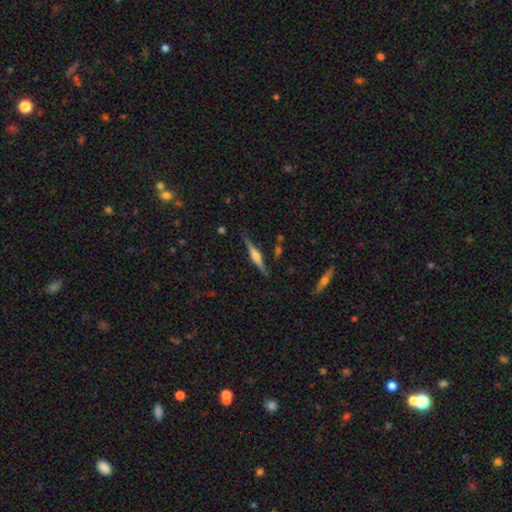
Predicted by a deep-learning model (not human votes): The model was most divided on "smooth or featured": featured or disk: 73%, smooth: 21%, star or artifact: 6%. More confident: edge-on disk — yes (98%); merging — none (86%); edge-on bulge — rounded (83%).